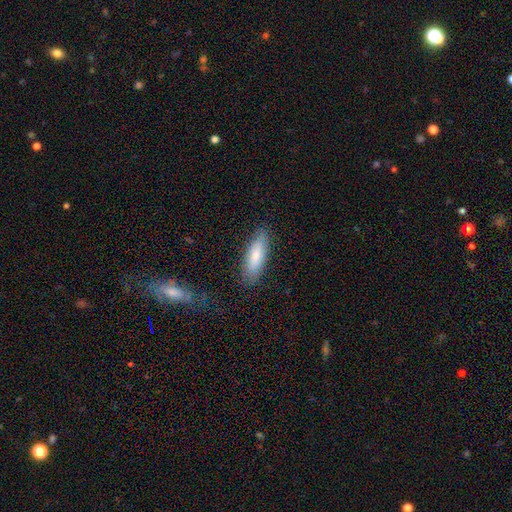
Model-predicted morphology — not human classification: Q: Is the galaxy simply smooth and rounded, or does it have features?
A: smooth — 80%.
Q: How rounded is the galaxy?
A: cigar-shaped — 49%, tied with in between.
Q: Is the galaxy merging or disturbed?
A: none — 85%.